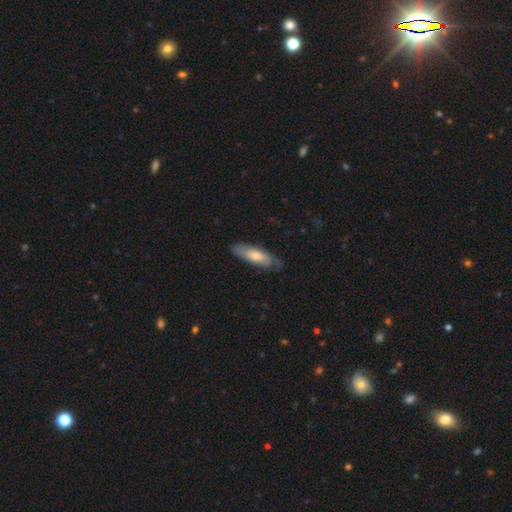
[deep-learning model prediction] Smooth or featured?
  - smooth: 63% *
  - featured or disk: 32%
  - star or artifact: 5%
How rounded?
  - in between: 52% *
  - cigar-shaped: 46%
  - round: 2%
Merging?
  - none: 74% *
  - minor disturbance: 20%
  - major disturbance: 5%
  - merger: 1%